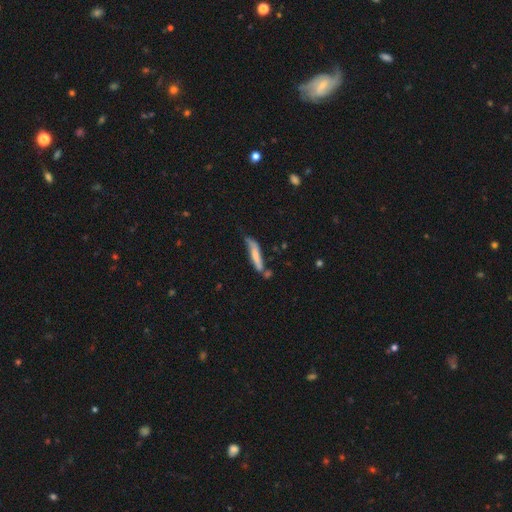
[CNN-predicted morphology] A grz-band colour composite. It shows a smooth galaxy with no disk features (61%) that is cigar-shaped (85%). Merging: none (44%).